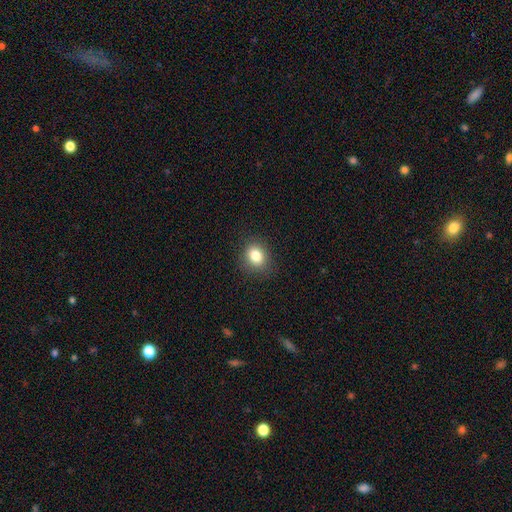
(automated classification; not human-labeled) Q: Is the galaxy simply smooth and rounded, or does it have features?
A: smooth — 83%.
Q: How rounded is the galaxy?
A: round — 60%.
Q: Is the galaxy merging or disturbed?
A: none — 87%.